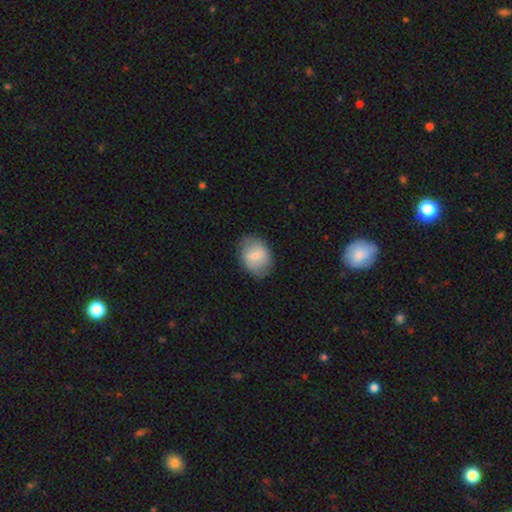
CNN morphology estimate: smooth 70%, featured or disk 23%, star or artifact 7%. Down the decision tree: how rounded — in between (62%); merging — none (77%).